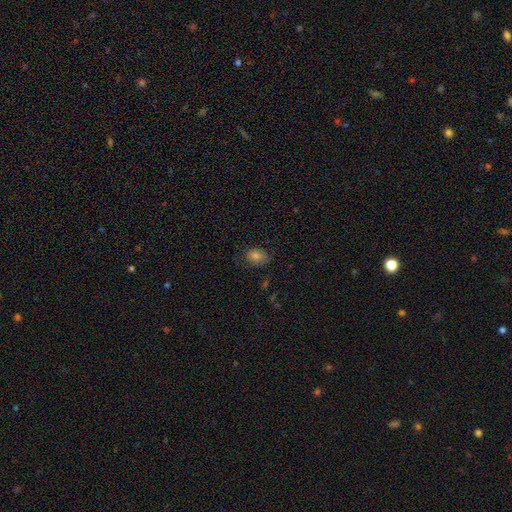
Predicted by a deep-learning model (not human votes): Smooth or featured: smooth — 72% (star or artifact — 16%)
How rounded: in between — 66% (round — 33%)
Merging: none — 73% (minor disturbance — 20%)